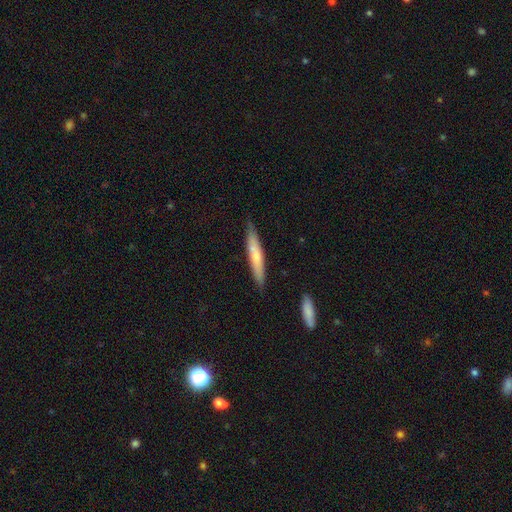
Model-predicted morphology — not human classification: This appears to be a smooth galaxy with no disk features (58%) that is cigar-shaped (92%). Merging: none (81%).